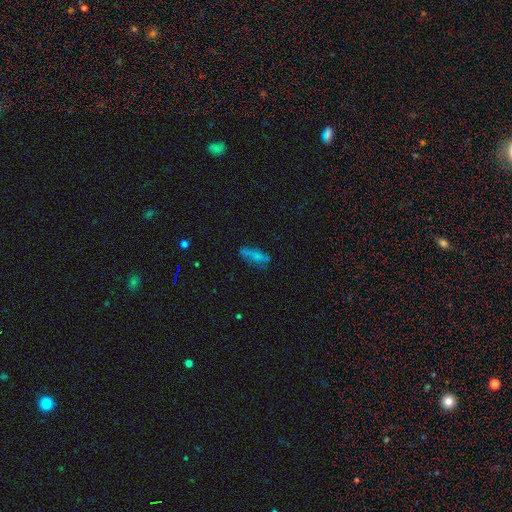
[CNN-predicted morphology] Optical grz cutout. It shows a smooth galaxy with no disk features (56%) that is in between round and cigar-shaped (51%). Merging: none (56%).